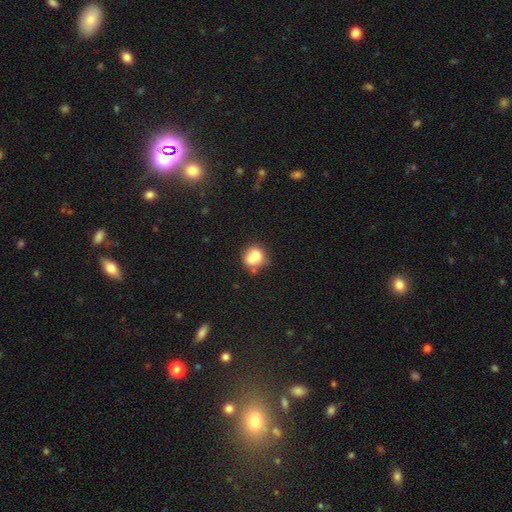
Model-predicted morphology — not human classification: A smooth galaxy with no disk features (70%) that is round (75%).

Vote fractions:
- Smooth or featured? smooth: 70% / featured or disk: 21% / star or artifact: 10%
- How rounded? round: 75% / in between: 24% / cigar-shaped: 1%
- Merging? merger: 46% / none: 36% / minor disturbance: 13% / major disturbance: 5%